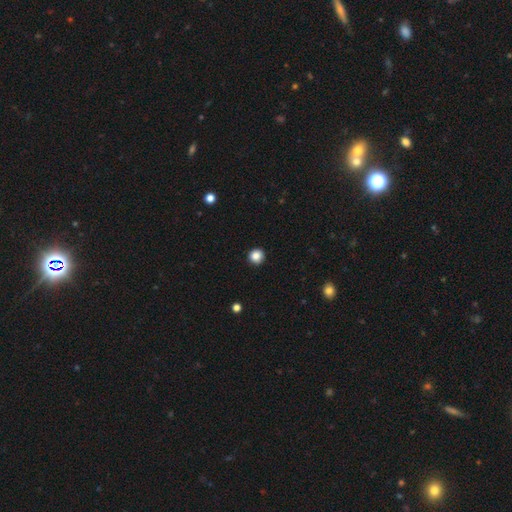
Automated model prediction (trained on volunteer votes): smooth_or_featured: smooth (p=0.86) [alt: star or artifact p=0.11]
how_rounded: round (p=0.94) [alt: in between p=0.05]
merging: none (p=0.93) [alt: minor disturbance p=0.05]